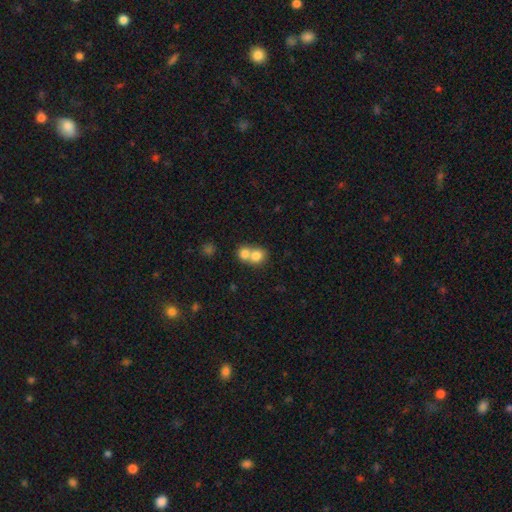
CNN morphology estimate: smooth-or-featured: smooth: 77% | featured or disk: 13% | star or artifact: 10%
  how-rounded: round: 78% | in between: 21% | cigar-shaped: 1%
  merging: merger: 65% | none: 29% | minor disturbance: 4% | major disturbance: 2%